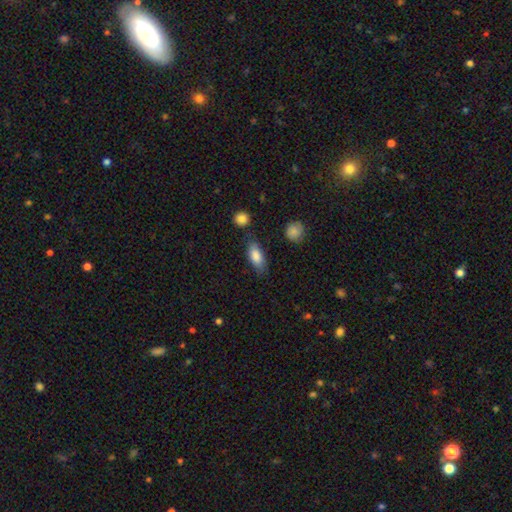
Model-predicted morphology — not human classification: This is clearly a smooth galaxy (83%). How rounded: clearly in between (83%). Merging: likely none (75%).